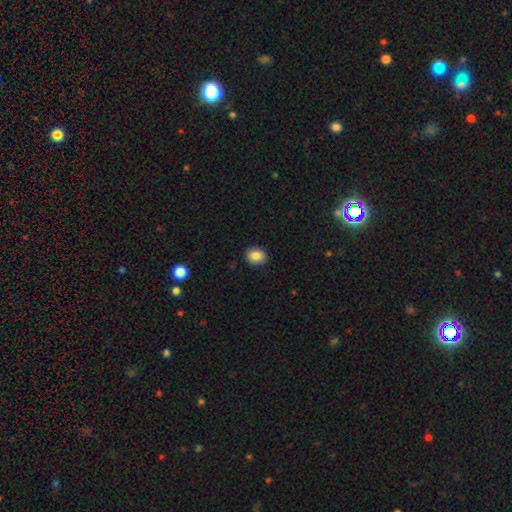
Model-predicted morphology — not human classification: A smooth galaxy with no disk features (85%) that is round (57%). Merging: none (90%).